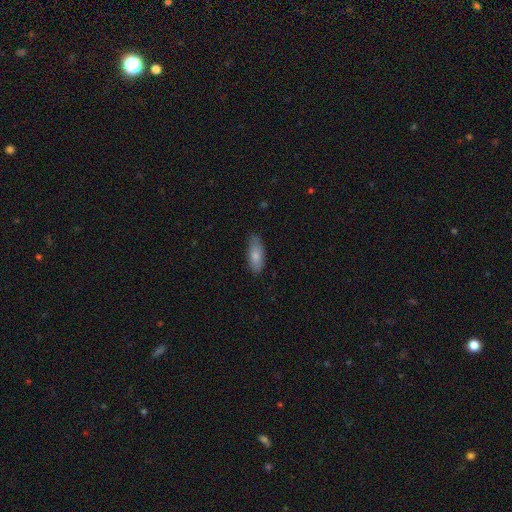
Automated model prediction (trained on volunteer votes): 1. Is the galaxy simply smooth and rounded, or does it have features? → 79% smooth, 14% featured or disk, 6% star or artifact.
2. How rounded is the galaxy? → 76% in between, 21% cigar-shaped, 2% round.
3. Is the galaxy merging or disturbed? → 81% none, 16% minor disturbance, 3% major disturbance, 1% merger.